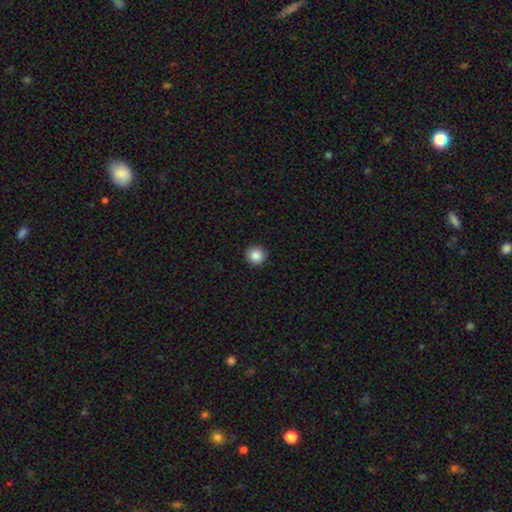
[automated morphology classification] This is clearly a smooth galaxy (86%). How rounded: clearly round (95%). Merging: clearly none (93%).